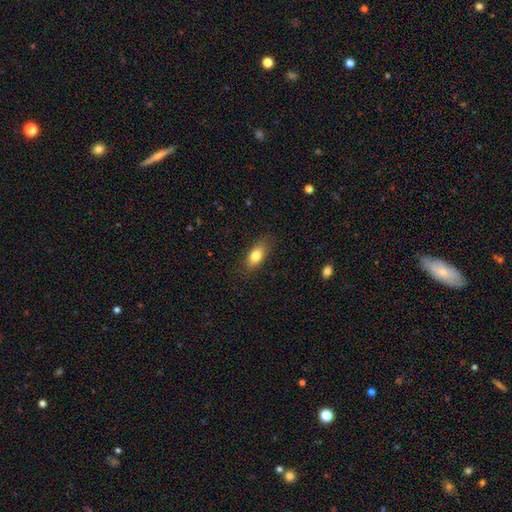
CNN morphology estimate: A smooth galaxy with no disk features (80%) that is in between round and cigar-shaped (84%).

Vote fractions:
- Smooth or featured? smooth: 80% / featured or disk: 13% / star or artifact: 8%
- How rounded? in between: 84% / cigar-shaped: 10% / round: 6%
- Merging? none: 82% / minor disturbance: 14% / major disturbance: 3% / merger: 1%